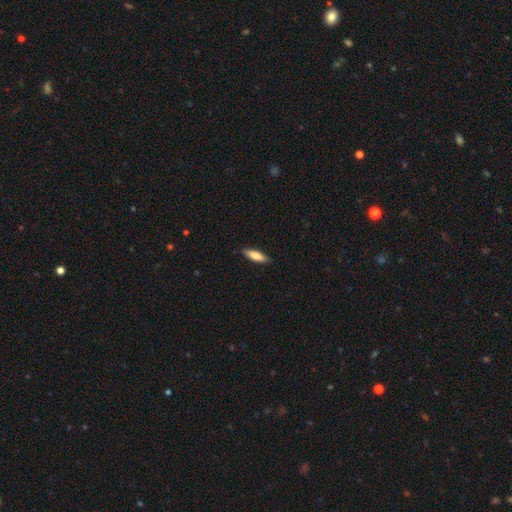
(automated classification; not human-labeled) smooth-or-featured: smooth: 75% | featured or disk: 19% | star or artifact: 6%
  how-rounded: cigar-shaped: 54% | in between: 44% | round: 2%
  merging: none: 87% | minor disturbance: 10% | major disturbance: 2% | merger: 1%